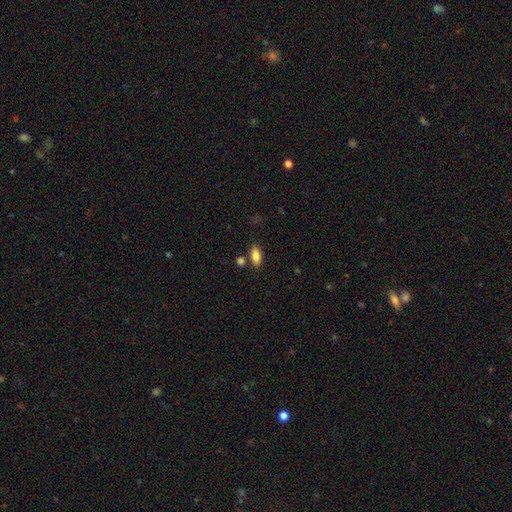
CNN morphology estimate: Q: Smooth or featured?
A: smooth (85%); runner-up: star or artifact (8%)
Q: How rounded?
A: in between (87%); runner-up: cigar-shaped (9%)
Q: Merging?
A: none (79%); runner-up: minor disturbance (11%)